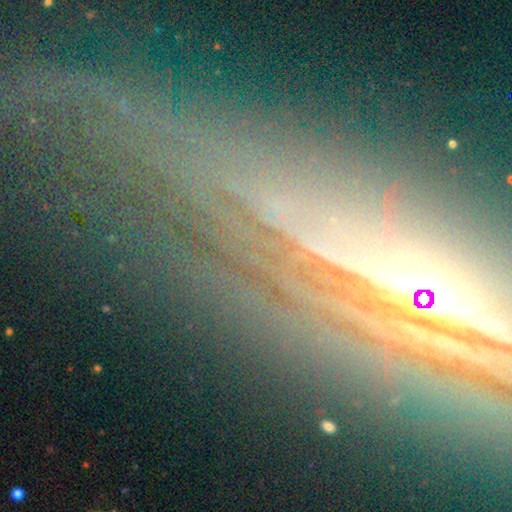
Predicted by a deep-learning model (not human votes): A featured or disk galaxy (44%).

Vote fractions:
- Smooth or featured? featured or disk: 44% / star or artifact: 40% / smooth: 16%
- Merging? none: 72% / minor disturbance: 13% / major disturbance: 10% / merger: 5%